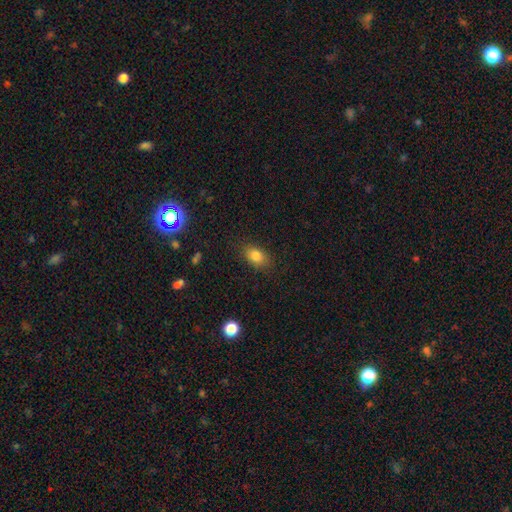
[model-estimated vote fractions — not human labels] Smooth or featured?
  - smooth: 82% *
  - star or artifact: 10%
  - featured or disk: 7%
How rounded?
  - in between: 77% *
  - round: 21%
  - cigar-shaped: 2%
Merging?
  - none: 83% *
  - minor disturbance: 12%
  - major disturbance: 3%
  - merger: 1%